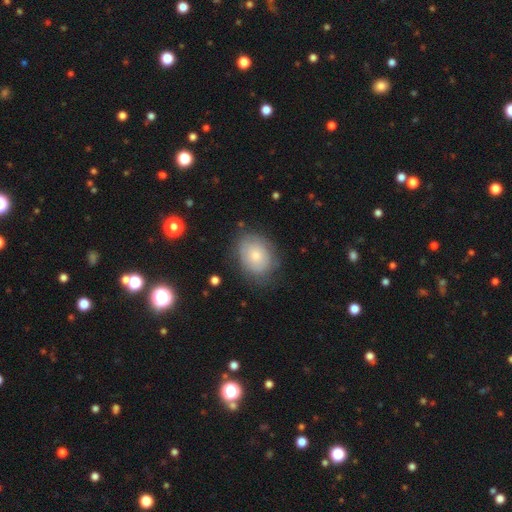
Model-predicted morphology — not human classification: smooth 64%, featured or disk 29%, star or artifact 8%. Down the decision tree: how rounded — in between (61%); merging — none (70%).